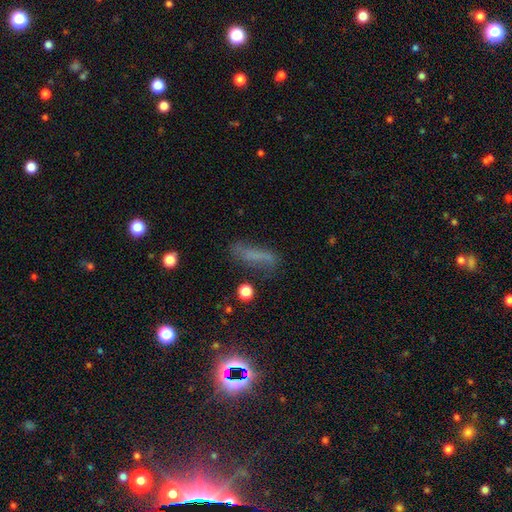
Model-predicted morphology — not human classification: This appears to be a smooth galaxy with no disk features (54%) that is cigar-shaped (66%). Merging: none (61%).